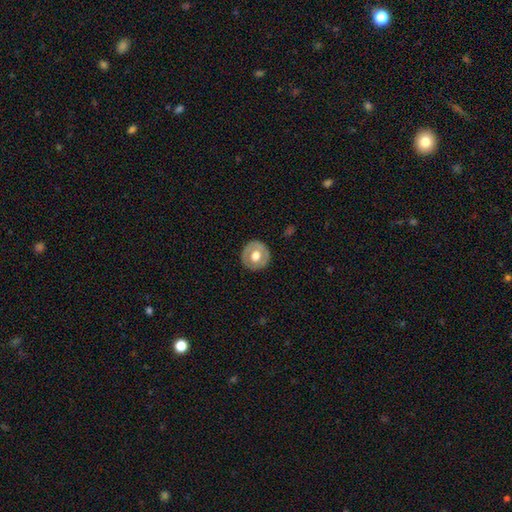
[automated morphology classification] Q: Smooth or featured?
A: smooth (49%); runner-up: featured or disk (45%)
Q: Merging?
A: none (87%); runner-up: minor disturbance (10%)